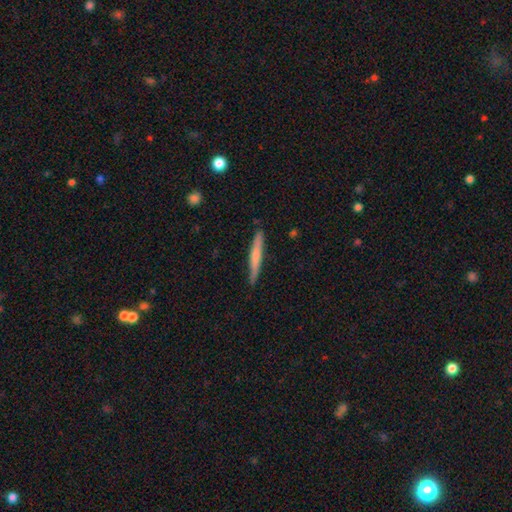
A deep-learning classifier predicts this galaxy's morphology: smooth_or_featured: smooth (p=0.56) [alt: featured or disk p=0.38]
how_rounded: cigar-shaped (p=0.96) [alt: in between p=0.03]
merging: none (p=0.84) [alt: minor disturbance p=0.12]